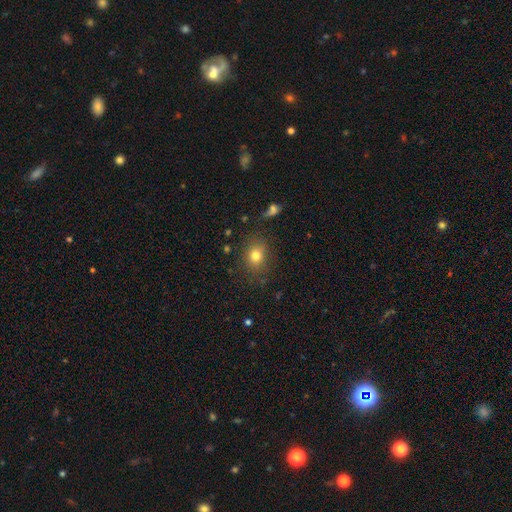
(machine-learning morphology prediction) smooth-or-featured: smooth: 78% | star or artifact: 13% | featured or disk: 9%
  how-rounded: round: 59% | in between: 40% | cigar-shaped: 1%
  merging: none: 82% | minor disturbance: 12% | major disturbance: 4% | merger: 2%